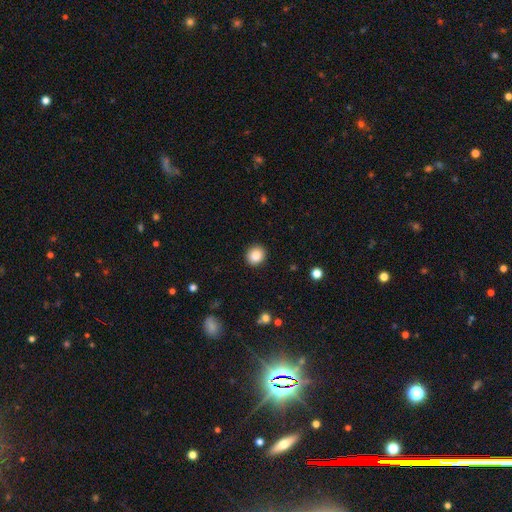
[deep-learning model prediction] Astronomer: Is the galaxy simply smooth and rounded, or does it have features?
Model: smooth — 87%.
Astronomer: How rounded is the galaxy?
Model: round — 83%.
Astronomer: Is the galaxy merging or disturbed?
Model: none — 91%.